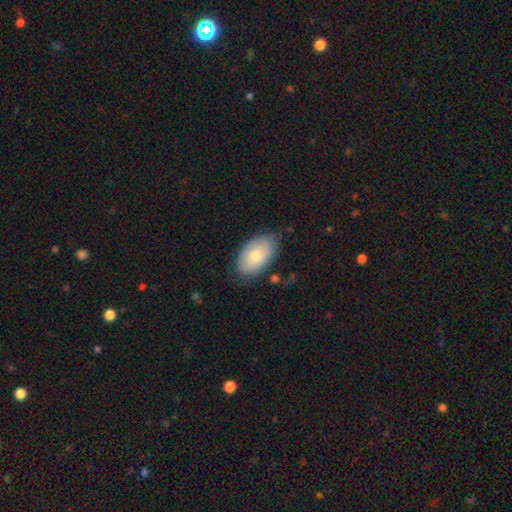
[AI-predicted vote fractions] This appears to be a smooth galaxy with no disk features (76%) that is in between round and cigar-shaped (94%). Merging: none (76%).